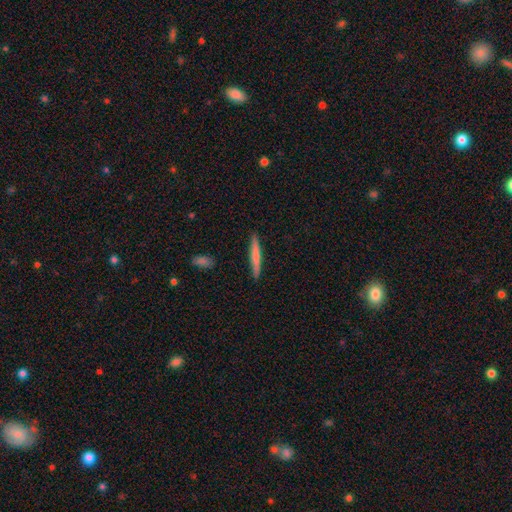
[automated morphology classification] A smooth galaxy with no disk features (65%) that is cigar-shaped (95%). Merging: none (90%).